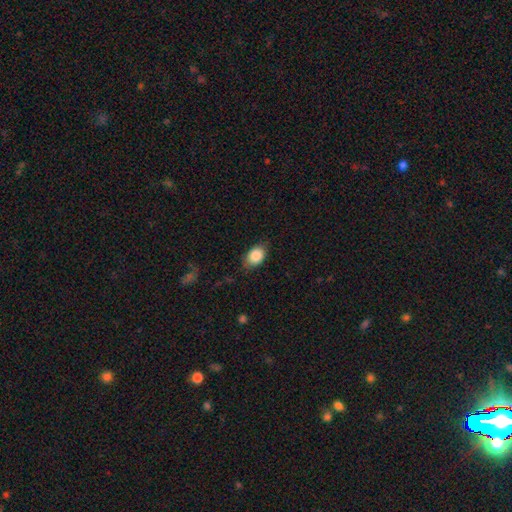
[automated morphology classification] Smooth or featured?
  - smooth: 86% *
  - star or artifact: 7%
  - featured or disk: 6%
How rounded?
  - in between: 78% *
  - round: 21%
  - cigar-shaped: 1%
Merging?
  - none: 76% *
  - minor disturbance: 19%
  - major disturbance: 4%
  - merger: 1%